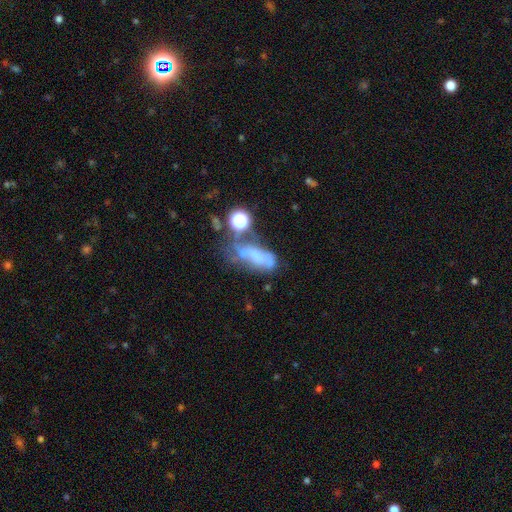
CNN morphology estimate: This is possibly a featured or disk galaxy (45%). Merging: marginally merger (31%).